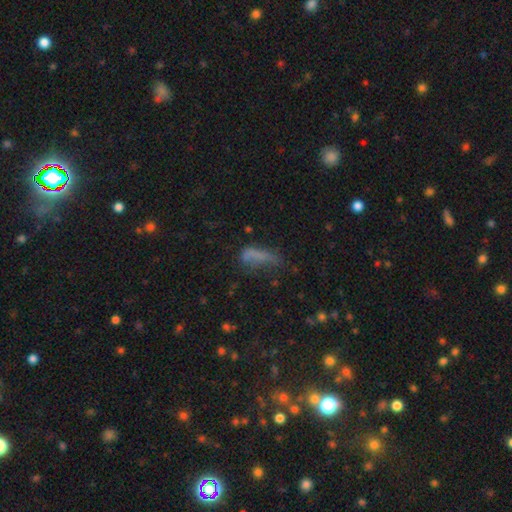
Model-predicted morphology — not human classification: Overall: smooth (62%). How rounded: cigar-shaped (49%; in between 46%). Merging: none (35%; major disturbance 32%).